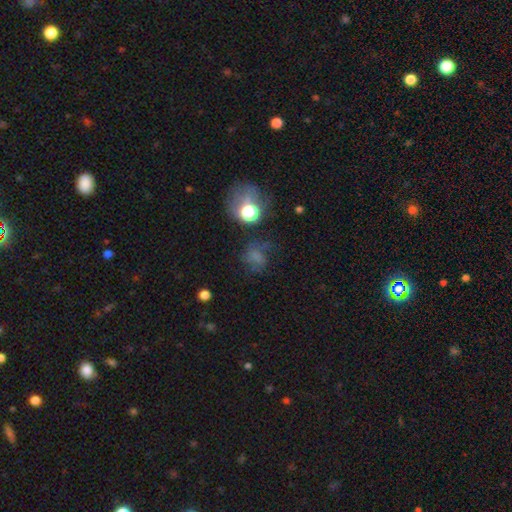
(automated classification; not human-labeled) This is possibly a smooth galaxy (54%). How rounded: likely round (64%). Merging: possibly none (50%).